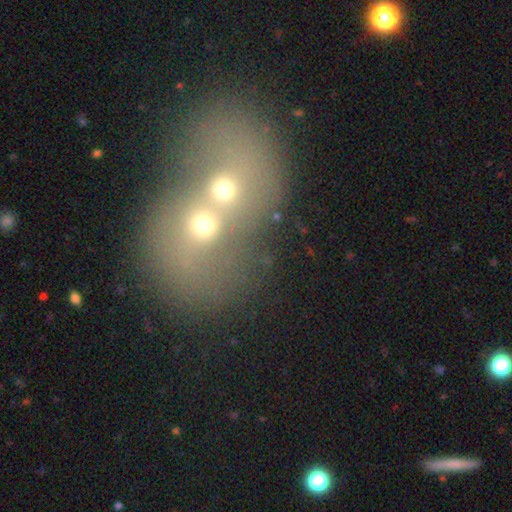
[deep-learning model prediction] This is possibly a smooth galaxy (47%). Merging: clearly merger (85%).